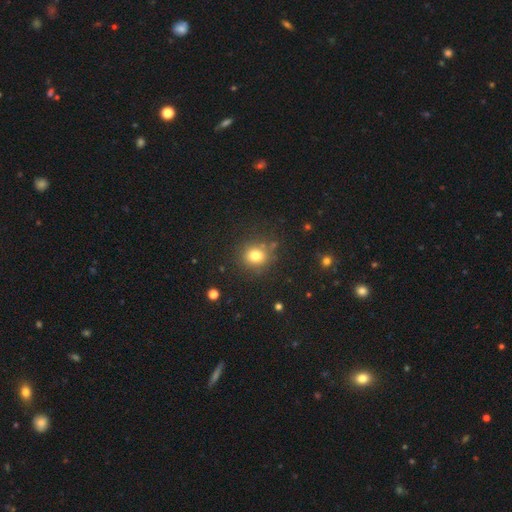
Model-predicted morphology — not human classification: Smooth or featured: smooth — 78% (star or artifact — 15%)
How rounded: round — 85% (in between — 14%)
Merging: none — 83% (minor disturbance — 10%)